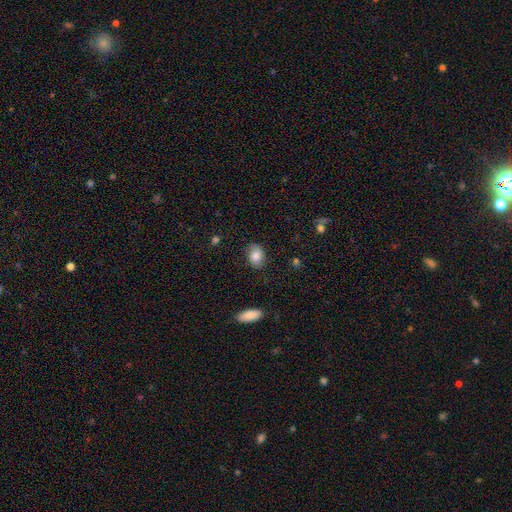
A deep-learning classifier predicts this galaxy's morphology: Smooth or featured? Predicted: smooth (p=0.80). How rounded? Predicted: in between (p=0.71). Merging? Predicted: none (p=0.71).